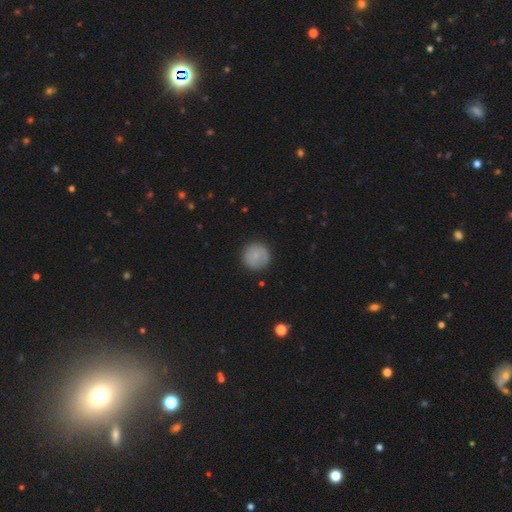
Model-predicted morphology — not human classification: Overall: smooth (79%). How rounded: round (96%). Merging: none (89%).